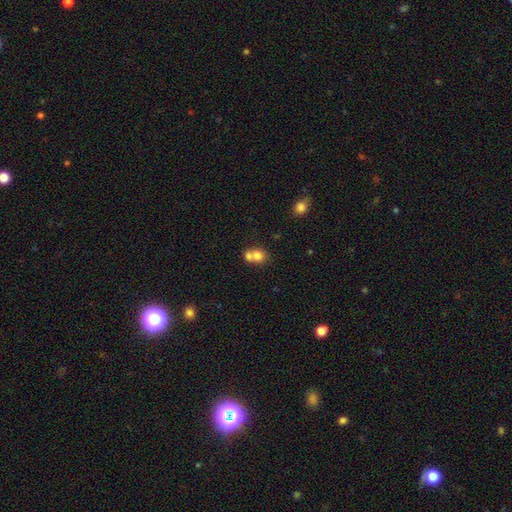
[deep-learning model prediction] Smooth or featured? Predicted: smooth (p=0.75). How rounded? Predicted: round (p=0.69). Merging? Predicted: merger (p=0.60).